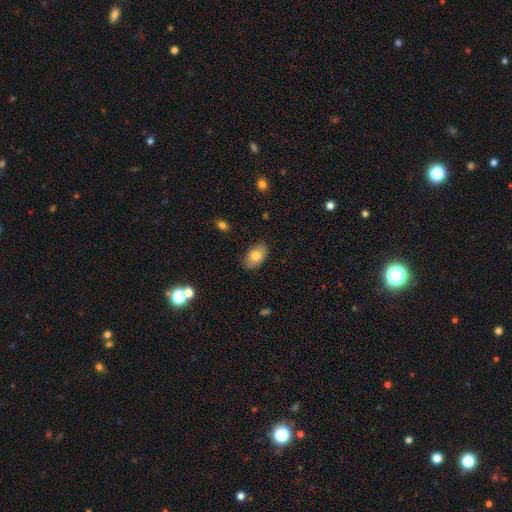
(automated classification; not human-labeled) A smooth galaxy with no disk features (79%) that is in between round and cigar-shaped (89%).

Vote fractions:
- Smooth or featured? smooth: 79% / featured or disk: 13% / star or artifact: 7%
- How rounded? in between: 89% / round: 10% / cigar-shaped: 1%
- Merging? none: 84% / minor disturbance: 12% / major disturbance: 3% / merger: 1%